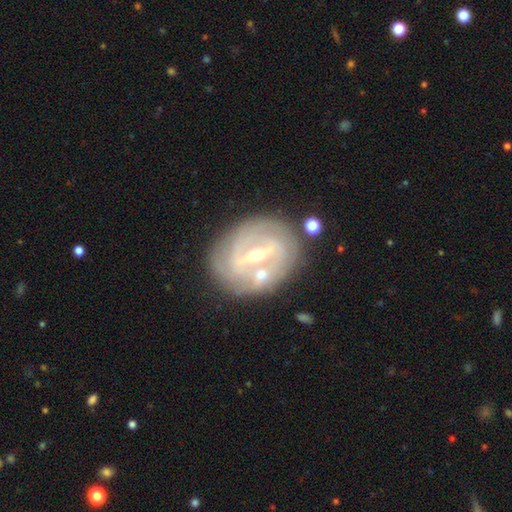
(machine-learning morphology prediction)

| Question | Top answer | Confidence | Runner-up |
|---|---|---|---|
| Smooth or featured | featured or disk | 84% | smooth (10%) |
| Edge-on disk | no | 95% | yes (5%) |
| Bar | strong | 56% | weak (34%) |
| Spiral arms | yes | 81% | no (19%) |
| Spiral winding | tight | 63% | medium (27%) |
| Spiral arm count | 2 | 43% | can't tell (31%) |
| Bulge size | moderate | 54% | small (41%) |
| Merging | none | 71% | minor disturbance (15%) |